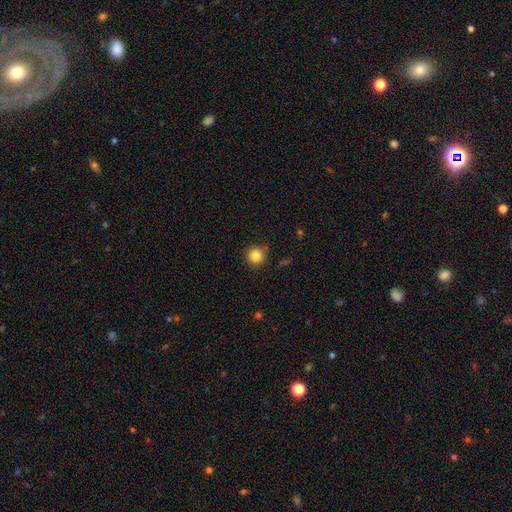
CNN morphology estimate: smooth-or-featured: smooth: 84% | star or artifact: 11% | featured or disk: 5%
  how-rounded: round: 94% | in between: 5% | cigar-shaped: 1%
  merging: none: 86% | minor disturbance: 10% | major disturbance: 2% | merger: 2%